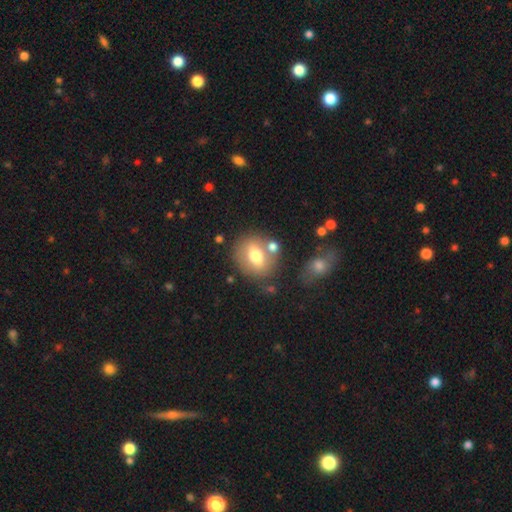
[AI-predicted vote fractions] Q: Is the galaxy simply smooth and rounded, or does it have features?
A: smooth — 62%.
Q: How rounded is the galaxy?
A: round — 60%.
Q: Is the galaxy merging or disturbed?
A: none — 69%.